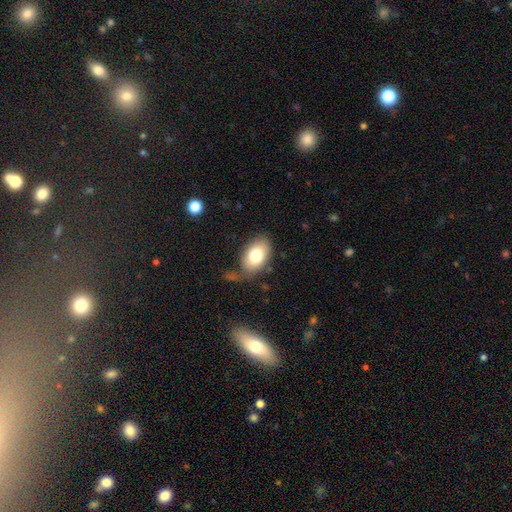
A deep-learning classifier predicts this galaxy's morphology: Overall: smooth (78%). How rounded: in between (89%). Merging: none (64%).